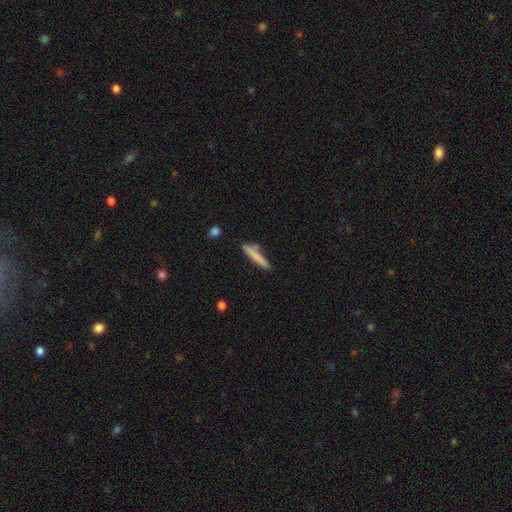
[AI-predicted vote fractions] A smooth galaxy with no disk features (76%) that is cigar-shaped (93%).

Vote fractions:
- Smooth or featured? smooth: 76% / featured or disk: 18% / star or artifact: 6%
- How rounded? cigar-shaped: 93% / in between: 5% / round: 1%
- Merging? none: 77% / minor disturbance: 14% / merger: 6% / major disturbance: 3%